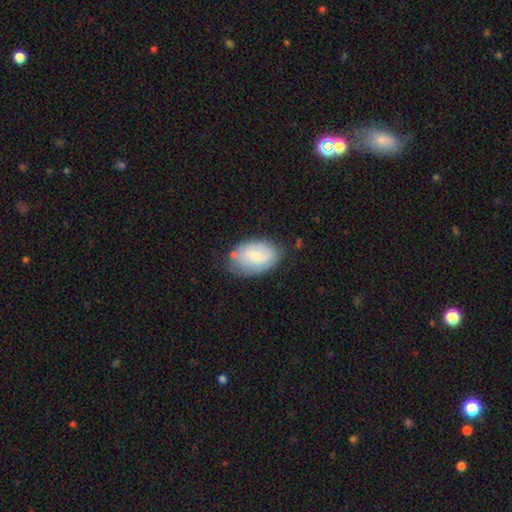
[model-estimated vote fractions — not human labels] A smooth galaxy with no disk features (72%) that is in between round and cigar-shaped (90%). Merging: none (67%).